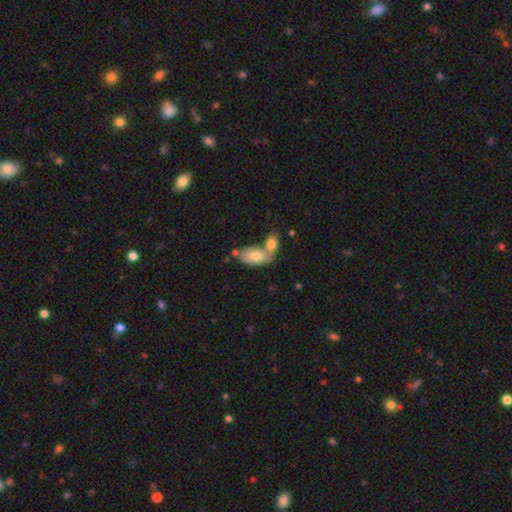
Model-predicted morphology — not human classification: smooth-or-featured: smooth: 73% | featured or disk: 20% | star or artifact: 6%
  how-rounded: in between: 92% | round: 6% | cigar-shaped: 2%
  merging: merger: 62% | none: 26% | minor disturbance: 9% | major disturbance: 4%